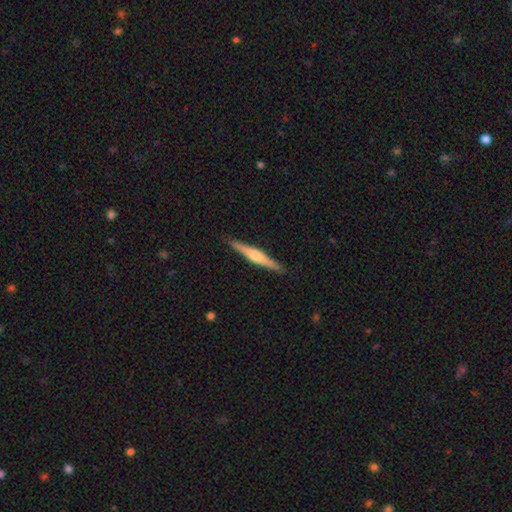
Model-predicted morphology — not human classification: featured or disk 66%, smooth 29%, star or artifact 5%. Down the decision tree: edge-on disk — yes (98%); edge-on bulge — rounded (78%); merging — none (91%).